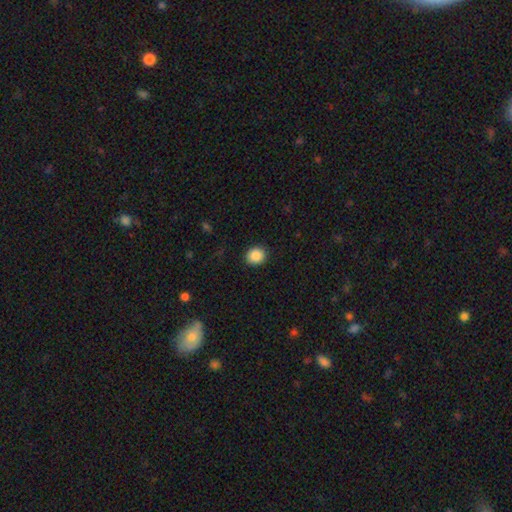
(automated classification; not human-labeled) A smooth galaxy with no disk features (88%) that is round (77%).

Vote fractions:
- Smooth or featured? smooth: 88% / star or artifact: 9% / featured or disk: 3%
- How rounded? round: 77% / in between: 22% / cigar-shaped: 1%
- Merging? none: 91% / minor disturbance: 6% / major disturbance: 2% / merger: 1%